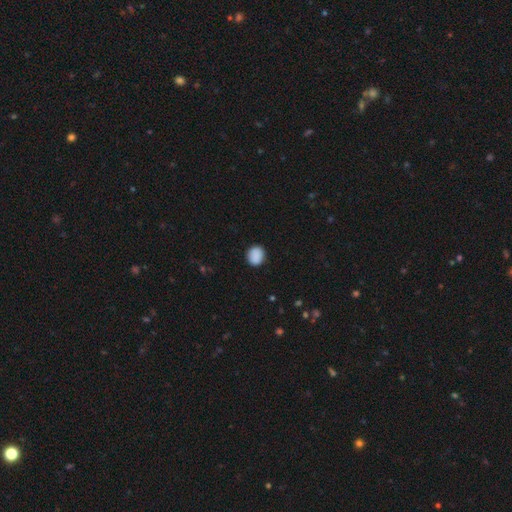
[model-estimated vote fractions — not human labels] The model was most divided on "how rounded": round: 76%, in between: 23%, cigar-shaped: 1%. More confident: smooth or featured — smooth (89%); merging — none (89%).